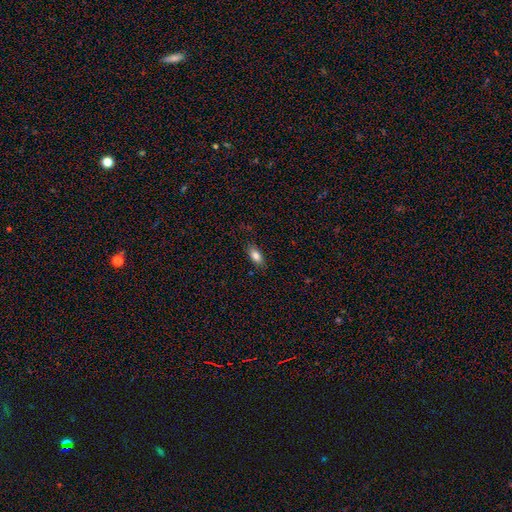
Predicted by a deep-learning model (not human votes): Q: Smooth or featured?
A: smooth (83%); runner-up: featured or disk (9%)
Q: How rounded?
A: in between (87%); runner-up: cigar-shaped (10%)
Q: Merging?
A: none (84%); runner-up: minor disturbance (12%)